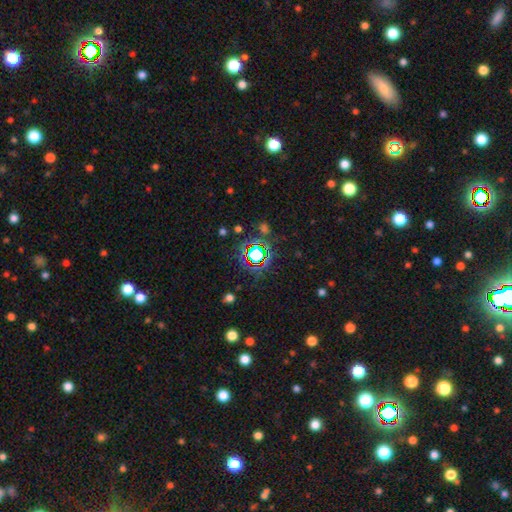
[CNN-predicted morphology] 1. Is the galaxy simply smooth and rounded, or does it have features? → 64% star or artifact, 24% smooth, 12% featured or disk.